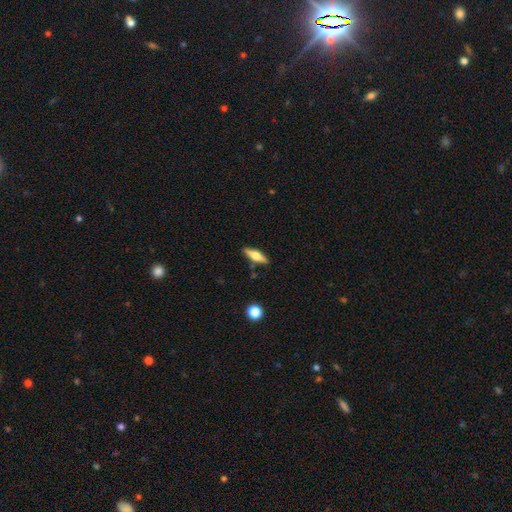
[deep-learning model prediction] smooth_or_featured: featured or disk (p=0.48) [alt: smooth p=0.45]
merging: none (p=0.85) [alt: minor disturbance p=0.10]